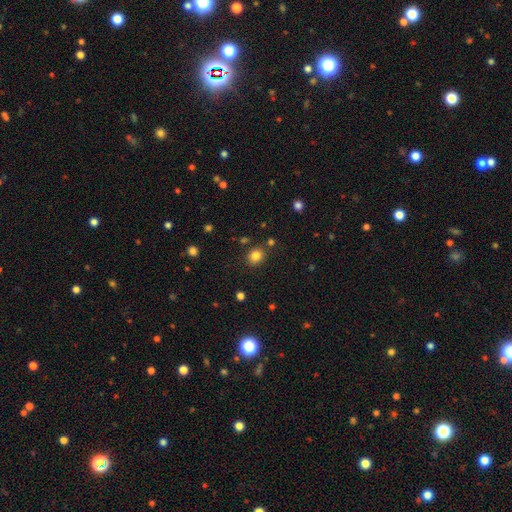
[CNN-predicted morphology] Q: Smooth or featured?
A: smooth (82%); runner-up: star or artifact (13%)
Q: How rounded?
A: round (67%); runner-up: in between (32%)
Q: Merging?
A: none (83%); runner-up: minor disturbance (10%)